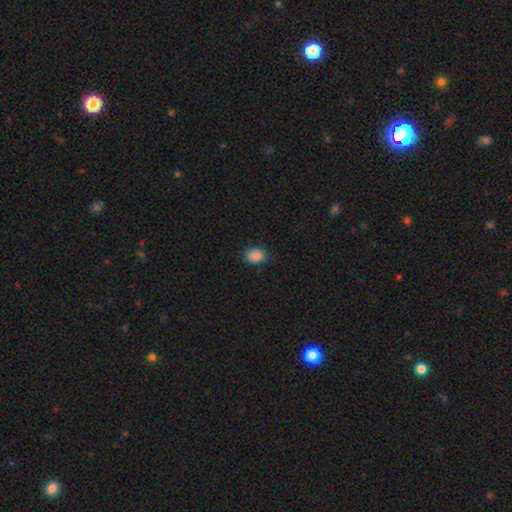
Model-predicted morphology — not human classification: A smooth galaxy with no disk features (87%) that is in between round and cigar-shaped (69%).

Vote fractions:
- Smooth or featured? smooth: 87% / star or artifact: 9% / featured or disk: 4%
- How rounded? in between: 69% / round: 30% / cigar-shaped: 1%
- Merging? none: 82% / minor disturbance: 14% / major disturbance: 3% / merger: 1%